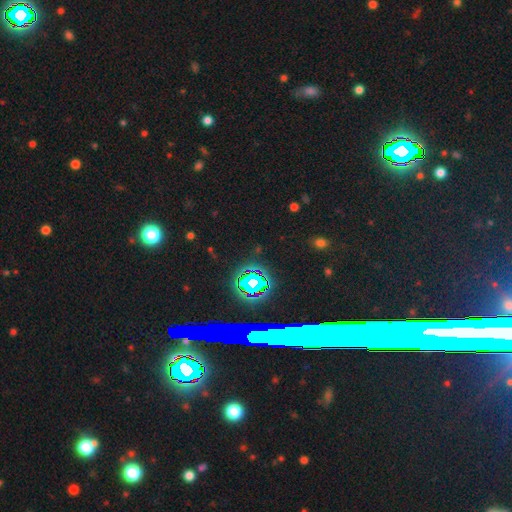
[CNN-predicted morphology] star or artifact 71%, smooth 15%, featured or disk 14%.